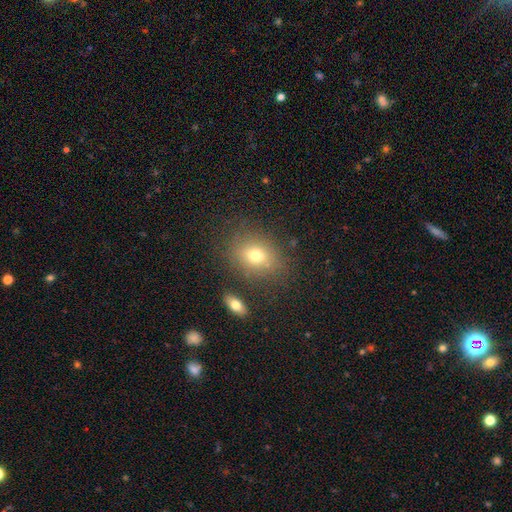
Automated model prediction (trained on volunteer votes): A smooth galaxy with no disk features (71%) that is in between round and cigar-shaped (56%).

Vote fractions:
- Smooth or featured? smooth: 71% / featured or disk: 15% / star or artifact: 14%
- How rounded? in between: 56% / round: 42% / cigar-shaped: 2%
- Merging? none: 78% / minor disturbance: 13% / major disturbance: 5% / merger: 5%